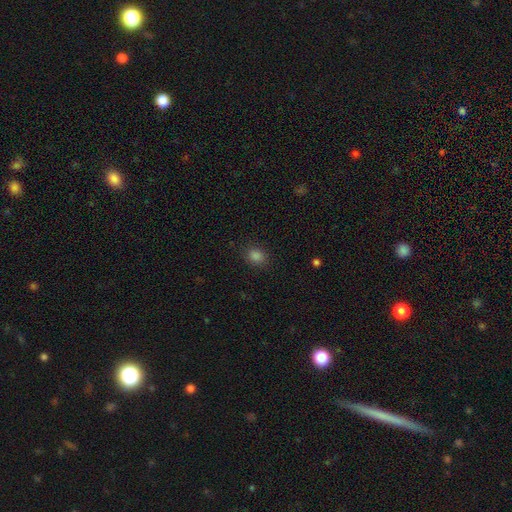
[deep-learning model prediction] The model was most divided on "how rounded": round: 57%, in between: 42%, cigar-shaped: 1%. More confident: merging — none (85%); smooth or featured — smooth (83%).